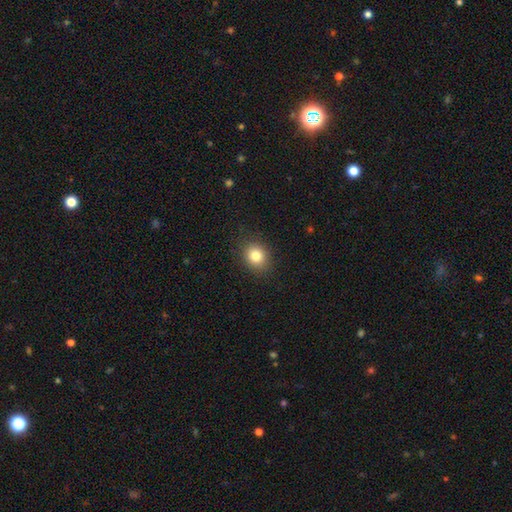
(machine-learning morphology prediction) Smooth or featured?
  - smooth: 82% *
  - star or artifact: 11%
  - featured or disk: 7%
How rounded?
  - round: 67% *
  - in between: 32%
  - cigar-shaped: 1%
Merging?
  - none: 89% *
  - minor disturbance: 8%
  - major disturbance: 2%
  - merger: 1%